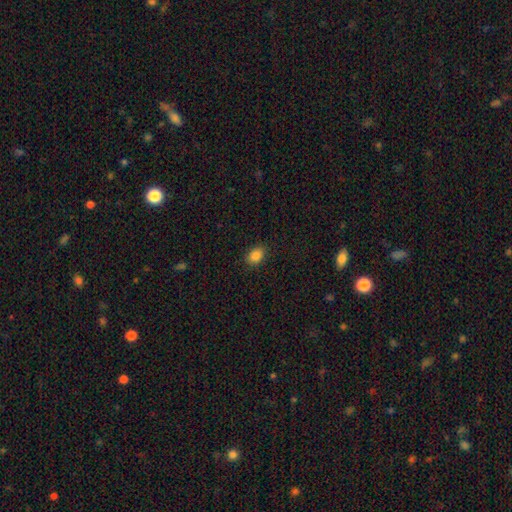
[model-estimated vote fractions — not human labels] This appears to be a smooth galaxy with no disk features (86%) that is in between round and cigar-shaped (78%). Merging: none (88%).